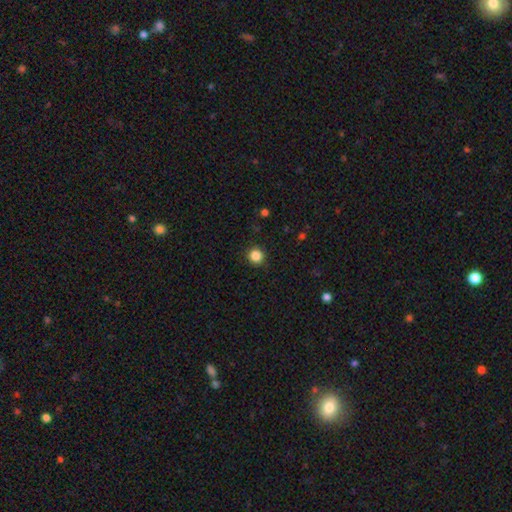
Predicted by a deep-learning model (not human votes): Q: Smooth or featured?
A: smooth (85%); runner-up: star or artifact (11%)
Q: How rounded?
A: round (94%); runner-up: in between (5%)
Q: Merging?
A: none (91%); runner-up: minor disturbance (6%)